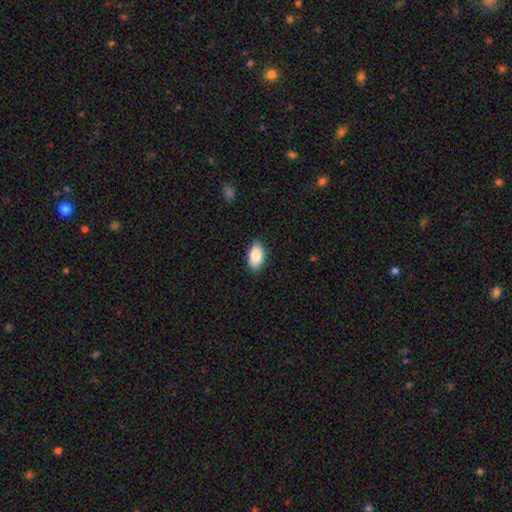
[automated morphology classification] Overall: smooth (87%). How rounded: in between (94%). Merging: none (88%).